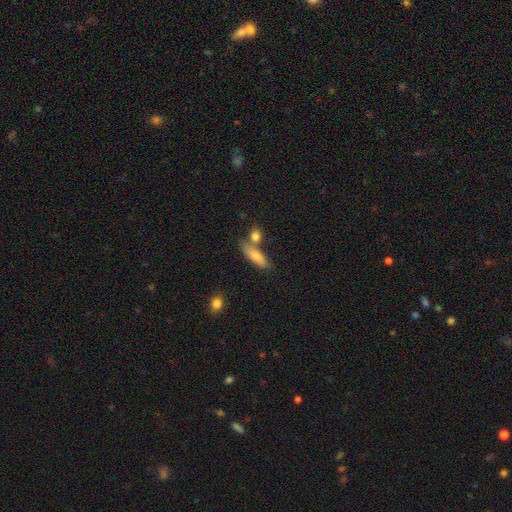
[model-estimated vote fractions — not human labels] This appears to be a smooth galaxy with no disk features (73%) that is cigar-shaped (50%). Merging: none (61%).